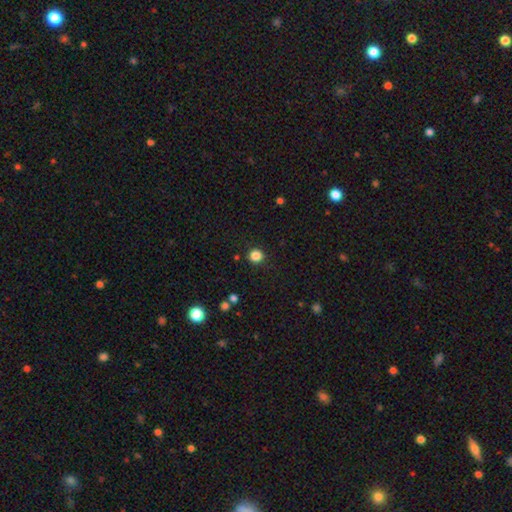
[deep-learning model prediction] This appears to be a smooth galaxy with no disk features (85%) that is round (90%). Merging: none (89%).